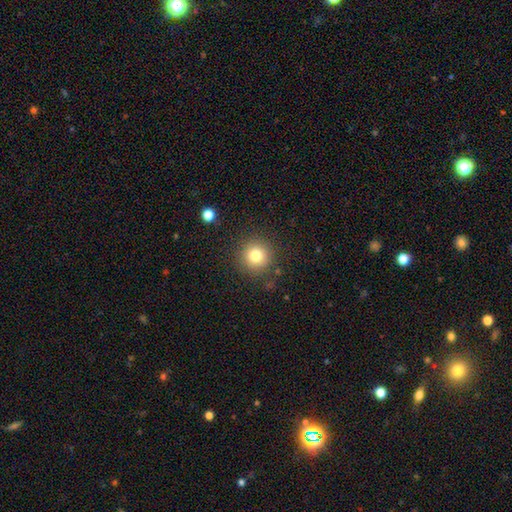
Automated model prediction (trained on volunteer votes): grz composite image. It shows a smooth galaxy with no disk features (79%) that is round (95%). Merging: none (89%).